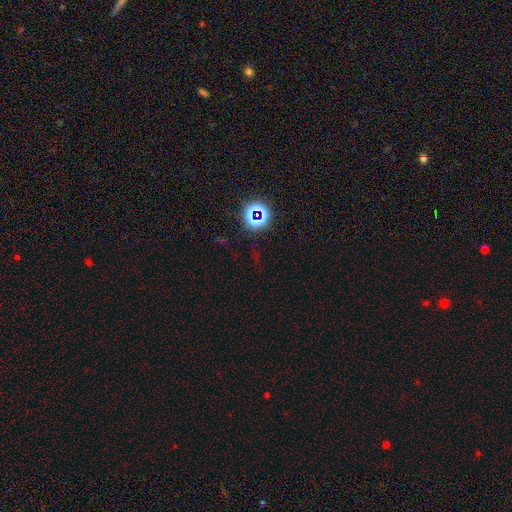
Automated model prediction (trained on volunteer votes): smooth-or-featured: star or artifact: 75% | smooth: 17% | featured or disk: 9%